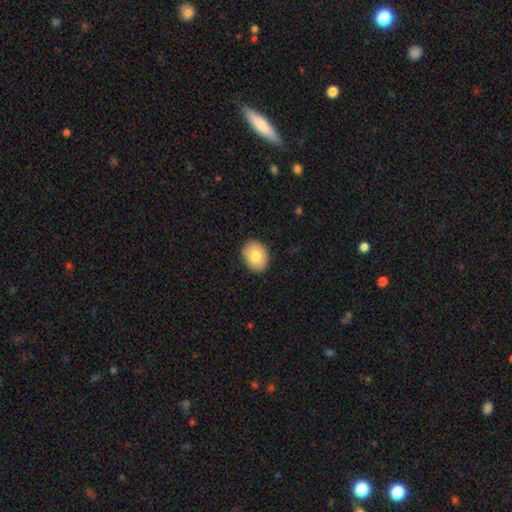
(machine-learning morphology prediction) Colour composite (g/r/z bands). It shows a smooth galaxy with no disk features (81%) that is in between round and cigar-shaped (59%). Merging: none (89%).